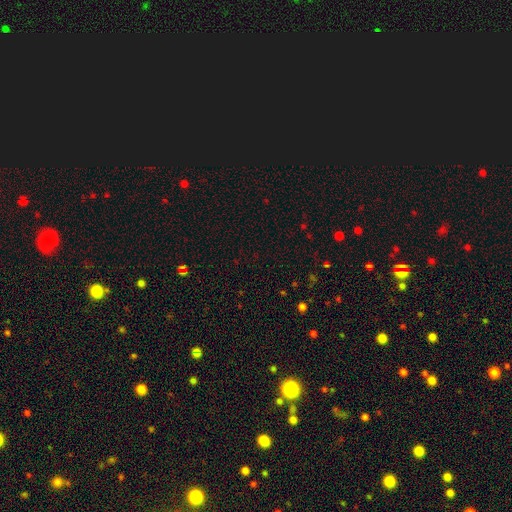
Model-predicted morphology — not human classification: smooth_or_featured: star or artifact (p=0.66) [alt: smooth p=0.26]